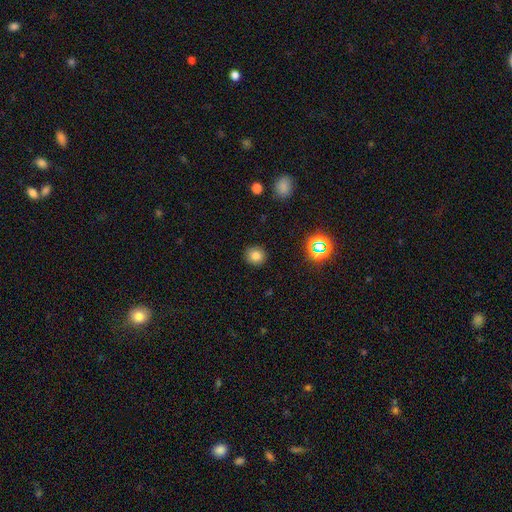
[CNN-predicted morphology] smooth_or_featured: smooth (p=0.79) [alt: star or artifact p=0.15]
how_rounded: round (p=0.89) [alt: in between p=0.10]
merging: none (p=0.91) [alt: minor disturbance p=0.06]